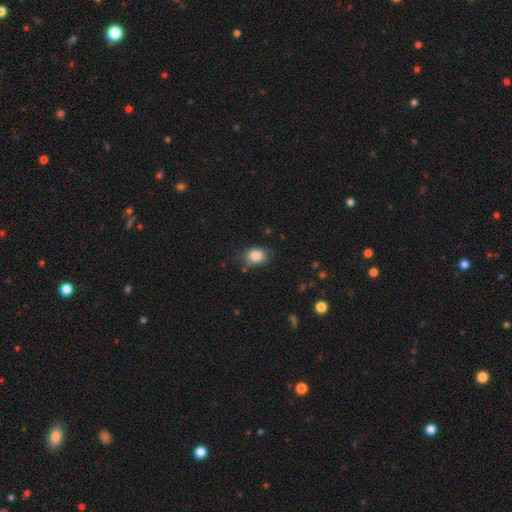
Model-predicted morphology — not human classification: type=smooth (84%); roundness=in between (63%); merging=none (73%).